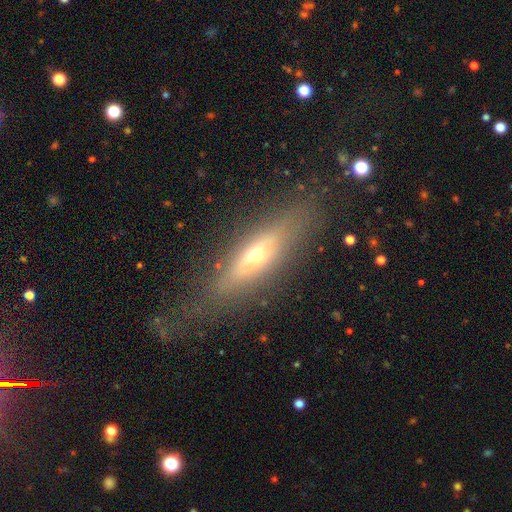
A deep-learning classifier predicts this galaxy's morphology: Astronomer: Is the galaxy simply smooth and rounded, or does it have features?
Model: featured or disk — 48% (runner-up: smooth, 42%).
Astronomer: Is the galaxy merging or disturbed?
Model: none — 65%.